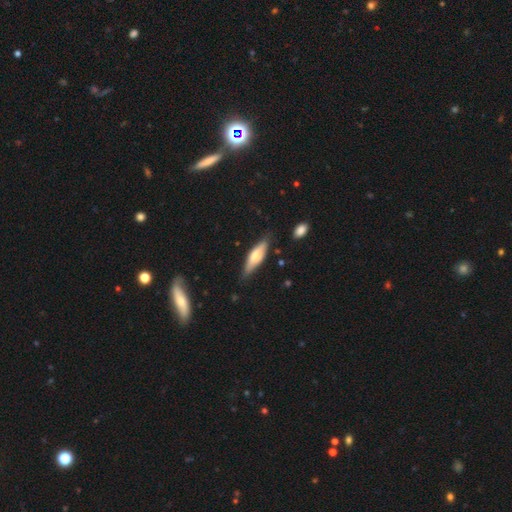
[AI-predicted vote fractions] A smooth galaxy with no disk features (55%) that is cigar-shaped (51%). Merging: none (77%).